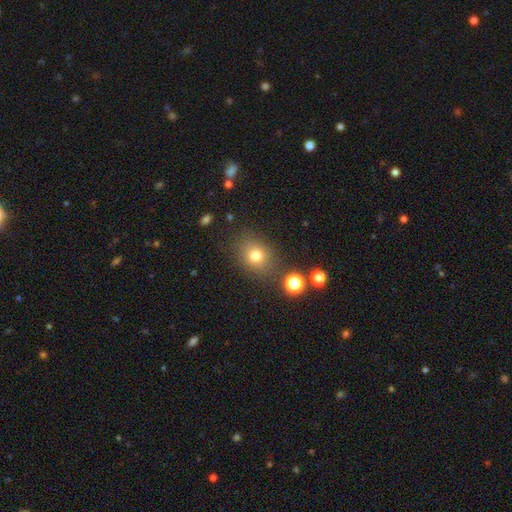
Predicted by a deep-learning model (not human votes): This is likely a smooth galaxy (76%). How rounded: likely round (62%). Merging: likely none (79%).